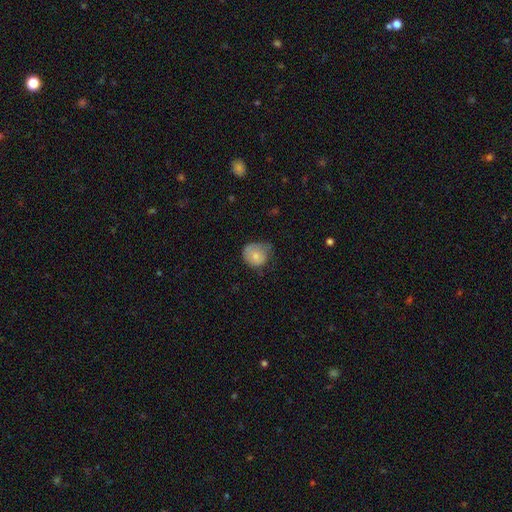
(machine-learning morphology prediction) The model was most divided on "merging": none: 45%, minor disturbance: 37%, major disturbance: 16%, merger: 2%. More confident: how rounded — round (77%); smooth or featured — smooth (70%).